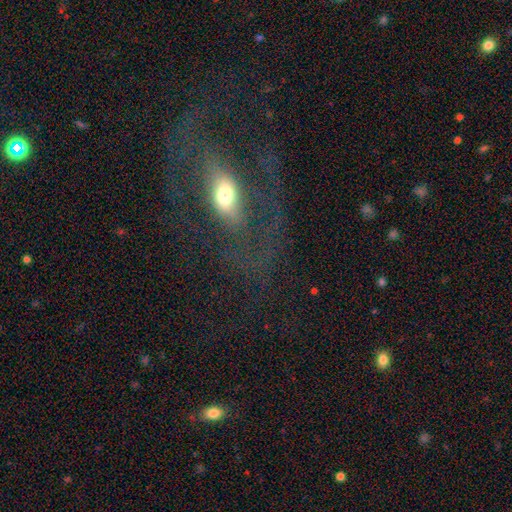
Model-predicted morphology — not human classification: Smooth or featured?
  - featured or disk: 75% *
  - smooth: 16%
  - star or artifact: 9%
Edge-on disk?
  - no: 86% *
  - yes: 14%
Bar?
  - no: 37% *
  - strong: 33%
  - weak: 30%
Spiral arms?
  - yes: 68% *
  - no: 32%
Bulge size?
  - moderate: 64% *
  - small: 20%
  - large: 13%
  - dominant: 2%
  - none: 2%
Merging?
  - none: 71% *
  - major disturbance: 14%
  - minor disturbance: 13%
  - merger: 2%